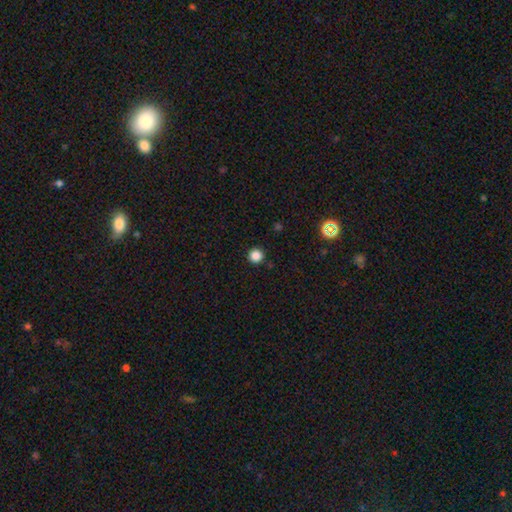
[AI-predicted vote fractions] This is clearly a smooth galaxy (85%). How rounded: clearly round (96%). Merging: clearly none (92%).